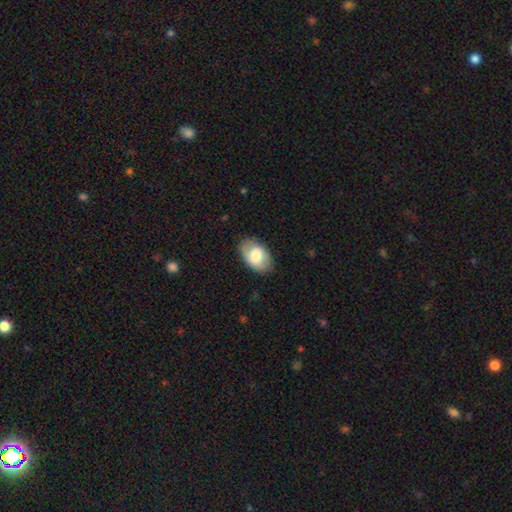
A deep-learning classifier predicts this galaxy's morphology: Smooth or featured: smooth — 68% (featured or disk — 26%)
How rounded: in between — 91% (round — 7%)
Merging: none — 82% (minor disturbance — 14%)